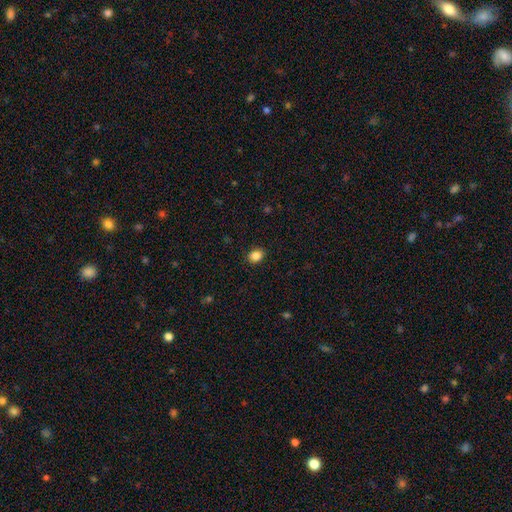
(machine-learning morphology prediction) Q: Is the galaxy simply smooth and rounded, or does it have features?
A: smooth — 87%.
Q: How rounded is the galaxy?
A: in between — 52%.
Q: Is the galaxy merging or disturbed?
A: none — 90%.